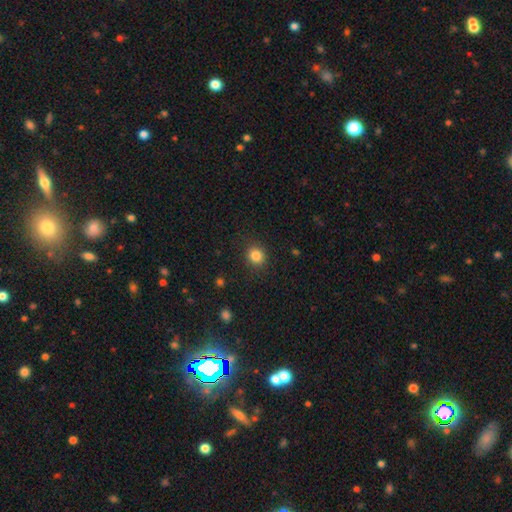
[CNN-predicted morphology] This is clearly a smooth galaxy (83%). How rounded: clearly round (83%). Merging: clearly none (88%).